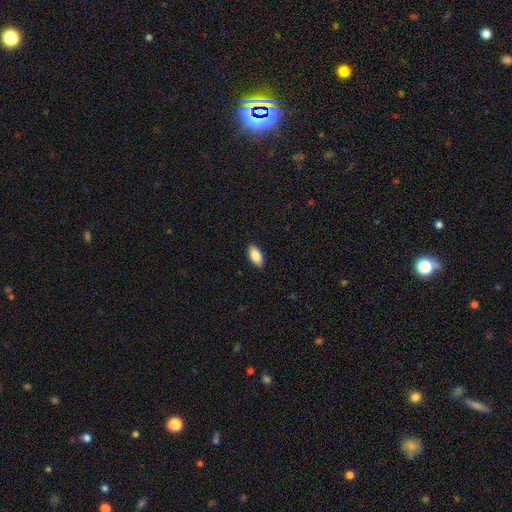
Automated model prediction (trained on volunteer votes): Overall: smooth (87%). How rounded: in between (93%). Merging: none (88%).